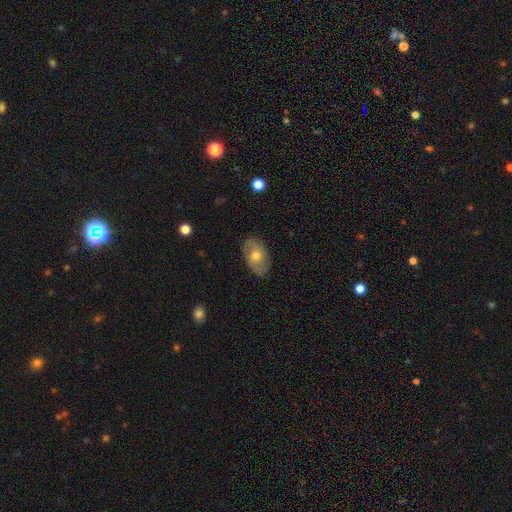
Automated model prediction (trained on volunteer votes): Morphology: type=smooth (49%); merging=none (80%).